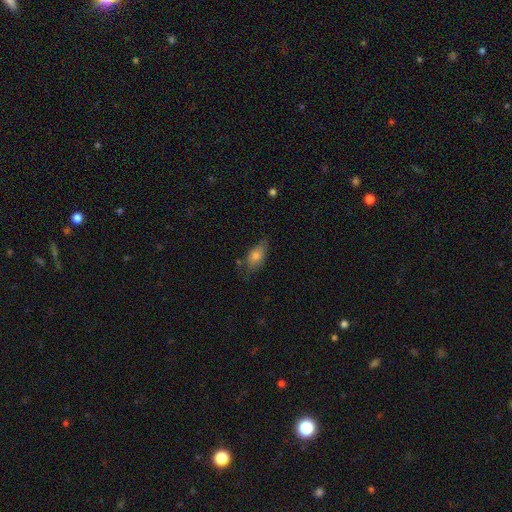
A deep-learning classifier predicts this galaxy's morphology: smooth_or_featured: smooth (p=0.72) [alt: featured or disk p=0.19]
how_rounded: in between (p=0.85) [alt: cigar-shaped p=0.09]
merging: none (p=0.57) [alt: minor disturbance p=0.30]